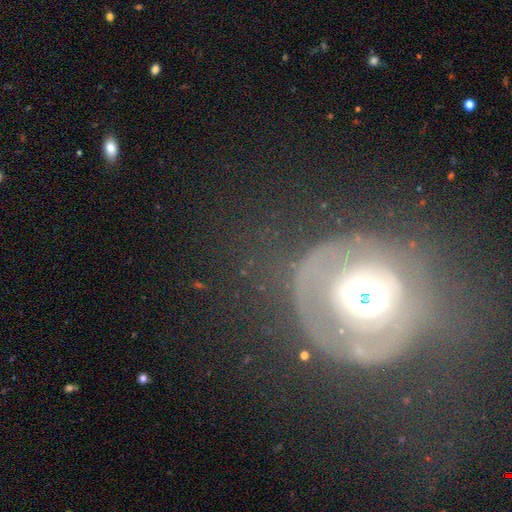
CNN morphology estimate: Q: Smooth or featured?
A: featured or disk (49%); runner-up: star or artifact (27%)
Q: Merging?
A: none (64%); runner-up: major disturbance (16%)